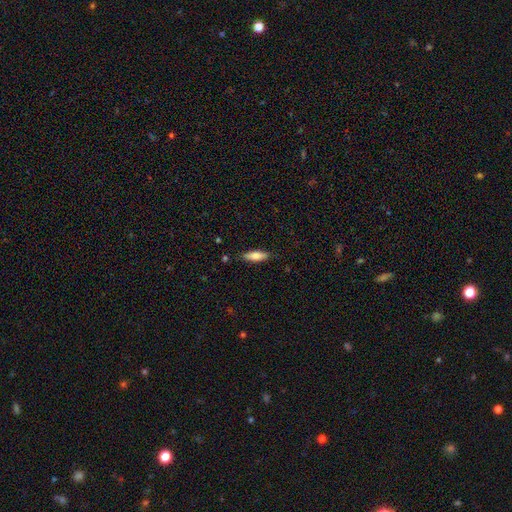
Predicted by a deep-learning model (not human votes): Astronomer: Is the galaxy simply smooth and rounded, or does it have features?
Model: smooth — 78%.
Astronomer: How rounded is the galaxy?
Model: cigar-shaped — 49%, tied with in between at 49%.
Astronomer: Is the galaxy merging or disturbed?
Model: none — 84%.